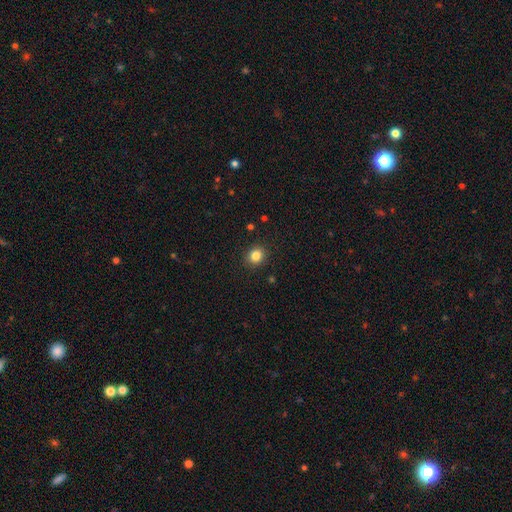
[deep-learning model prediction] The model was most divided on "how rounded": round: 79%, in between: 20%, cigar-shaped: 1%. More confident: merging — none (91%); smooth or featured — smooth (84%).